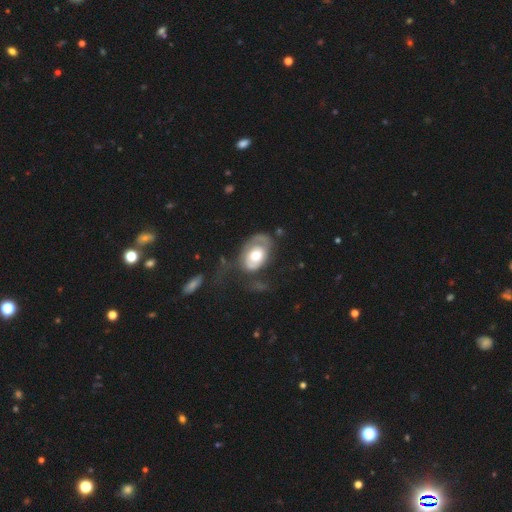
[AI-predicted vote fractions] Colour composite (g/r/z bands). It shows a featured or disk galaxy (54%) with no bar (83%), no spiral arms (53%) and a moderate central bulge (61%). Merging: major disturbance (39%).